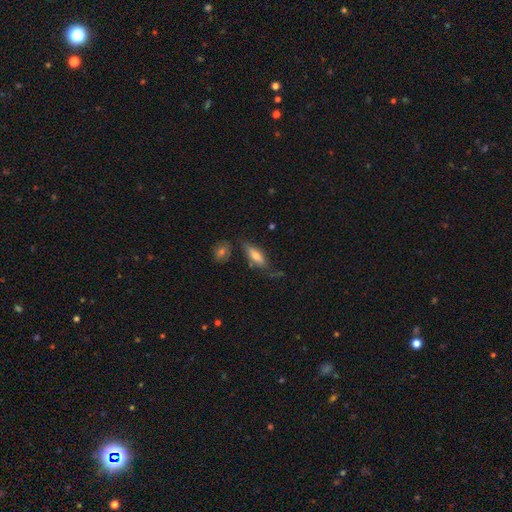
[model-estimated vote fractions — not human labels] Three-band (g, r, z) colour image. It shows a smooth galaxy with no disk features (65%) that is in between round and cigar-shaped (58%). Merging: none (63%).